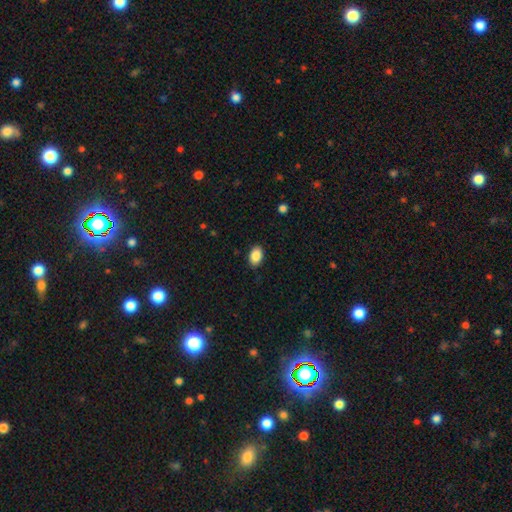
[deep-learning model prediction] A smooth galaxy with no disk features (89%) that is in between round and cigar-shaped (87%).

Vote fractions:
- Smooth or featured? smooth: 89% / star or artifact: 7% / featured or disk: 4%
- How rounded? in between: 87% / round: 12% / cigar-shaped: 1%
- Merging? none: 88% / minor disturbance: 9% / major disturbance: 2% / merger: 1%